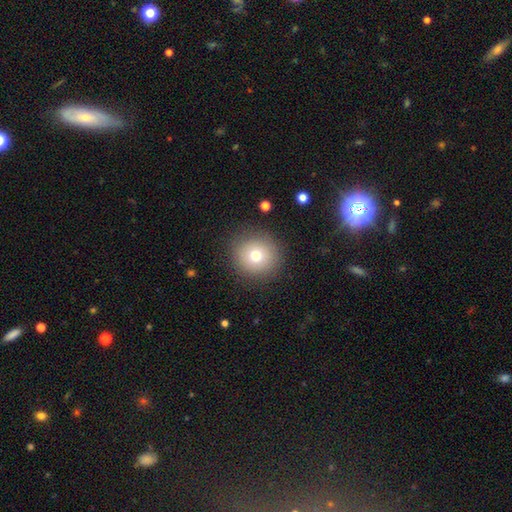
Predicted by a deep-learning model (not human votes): Smooth or featured?
  - smooth: 74% *
  - featured or disk: 14%
  - star or artifact: 13%
How rounded?
  - round: 94% *
  - in between: 5%
  - cigar-shaped: 1%
Merging?
  - none: 88% *
  - minor disturbance: 7%
  - major disturbance: 3%
  - merger: 1%